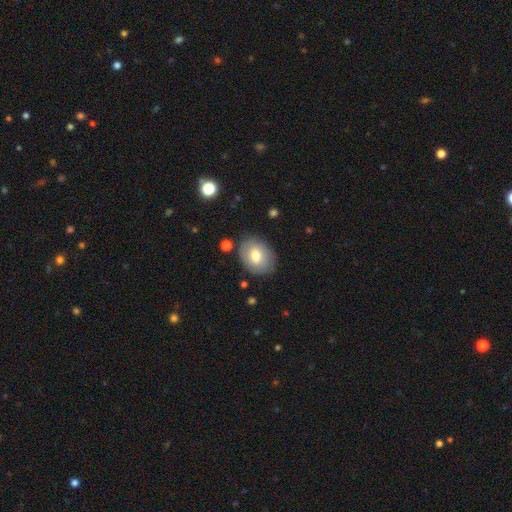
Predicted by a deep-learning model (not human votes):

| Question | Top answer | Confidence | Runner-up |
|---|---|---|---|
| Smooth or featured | smooth | 69% | featured or disk (24%) |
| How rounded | in between | 67% | round (32%) |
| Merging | none | 81% | minor disturbance (14%) |